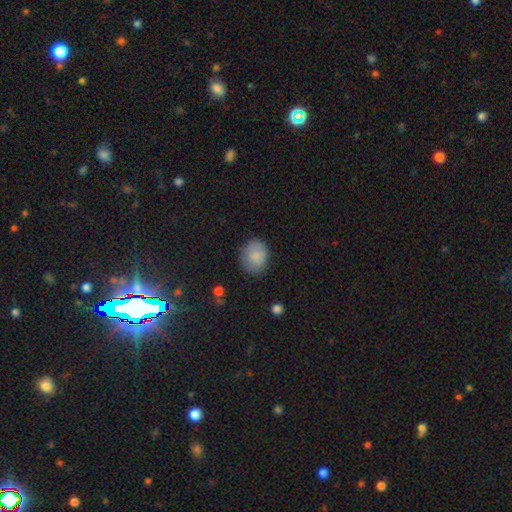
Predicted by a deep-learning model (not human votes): Smooth or featured: smooth — 84% (featured or disk — 9%)
How rounded: in between — 52% (round — 47%)
Merging: none — 76% (minor disturbance — 18%)